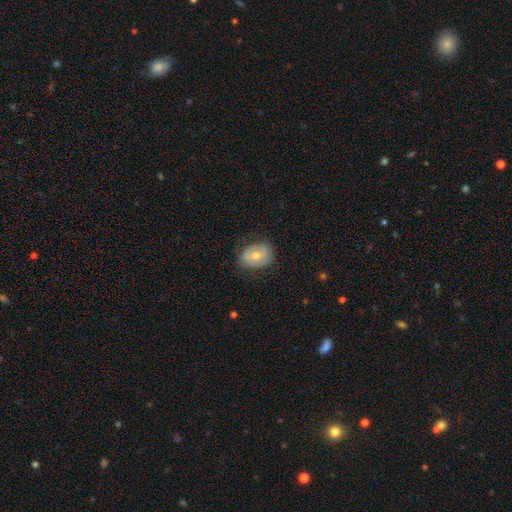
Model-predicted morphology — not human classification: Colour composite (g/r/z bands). It shows a smooth galaxy with no disk features (57%) that is in between round and cigar-shaped (66%). Merging: none (74%).